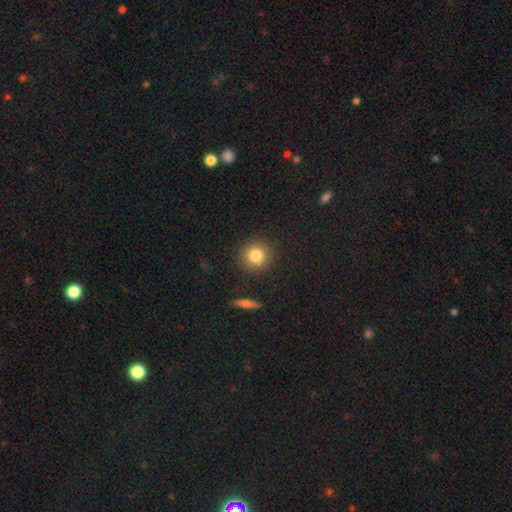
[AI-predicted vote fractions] Smooth or featured: smooth — 81% (star or artifact — 11%)
How rounded: round — 92% (in between — 7%)
Merging: none — 90% (minor disturbance — 7%)